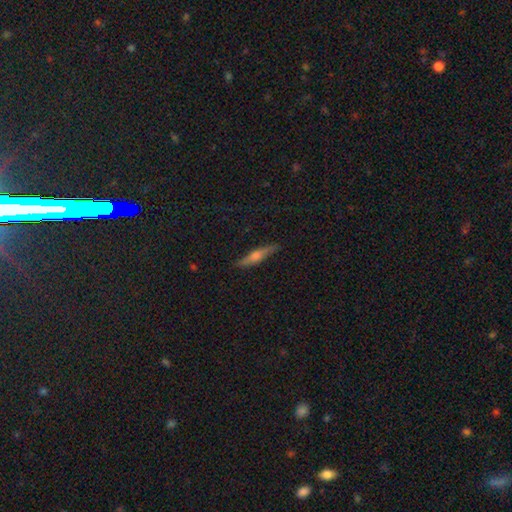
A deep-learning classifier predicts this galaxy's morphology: Overall: featured or disk (63%; smooth 30%). Edge-on disk: yes (96%). Edge-on bulge: rounded (88%). Merging: none (88%).